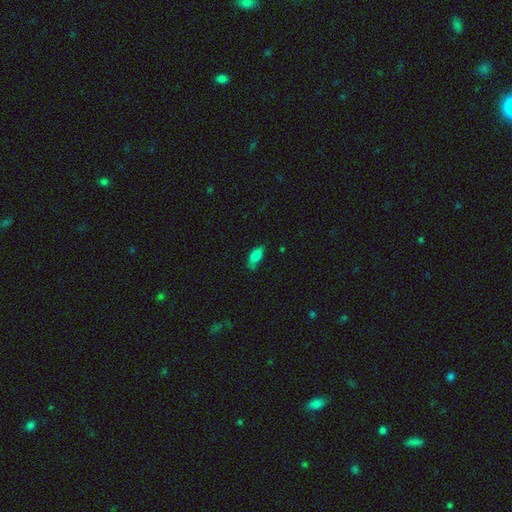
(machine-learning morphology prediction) Smooth or featured: smooth — 78% (featured or disk — 13%)
How rounded: in between — 81% (cigar-shaped — 15%)
Merging: none — 59% (minor disturbance — 31%)